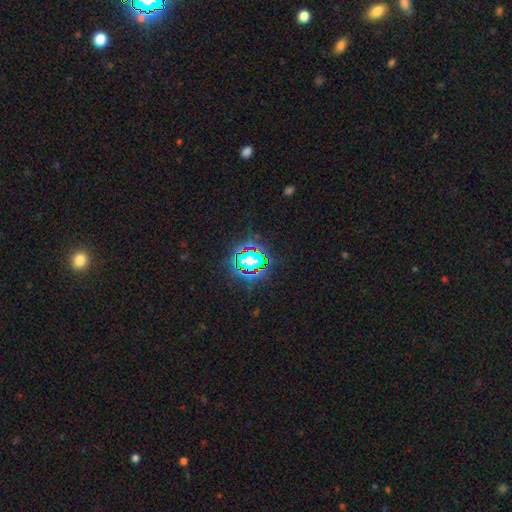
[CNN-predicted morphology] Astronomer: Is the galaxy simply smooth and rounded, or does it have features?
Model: star or artifact — 78%.